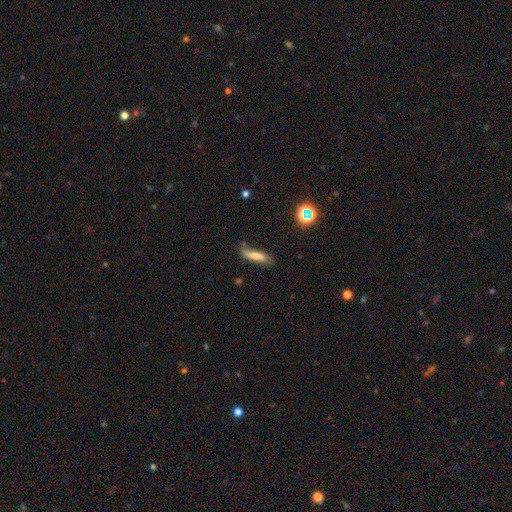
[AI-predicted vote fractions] Q: Smooth or featured?
A: smooth (69%); runner-up: featured or disk (20%)
Q: How rounded?
A: cigar-shaped (74%); runner-up: in between (23%)
Q: Merging?
A: none (65%); runner-up: minor disturbance (24%)